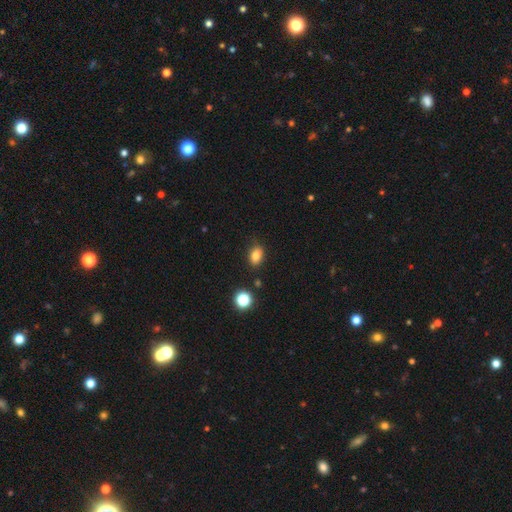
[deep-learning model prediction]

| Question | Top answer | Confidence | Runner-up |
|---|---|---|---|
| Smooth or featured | smooth | 82% | star or artifact (11%) |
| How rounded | in between | 78% | round (20%) |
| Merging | none | 81% | minor disturbance (13%) |